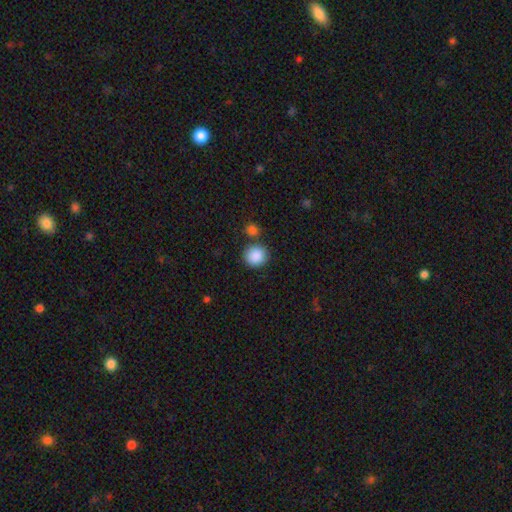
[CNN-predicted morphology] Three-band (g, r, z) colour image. It shows a smooth galaxy with no disk features (89%) that is round (91%). Merging: none (78%).